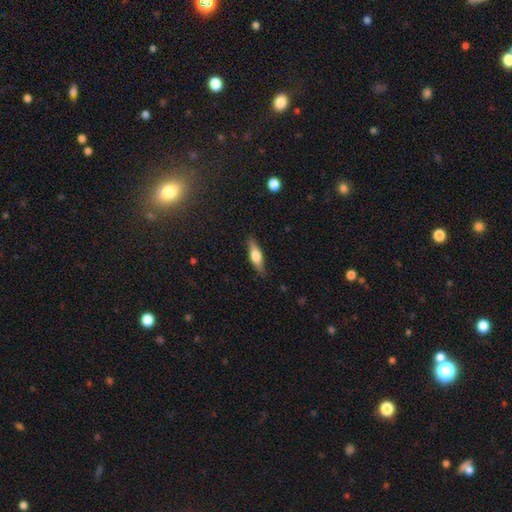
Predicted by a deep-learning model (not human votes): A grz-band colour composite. It shows a smooth galaxy with no disk features (54%) that is cigar-shaped (59%). Merging: none (86%).